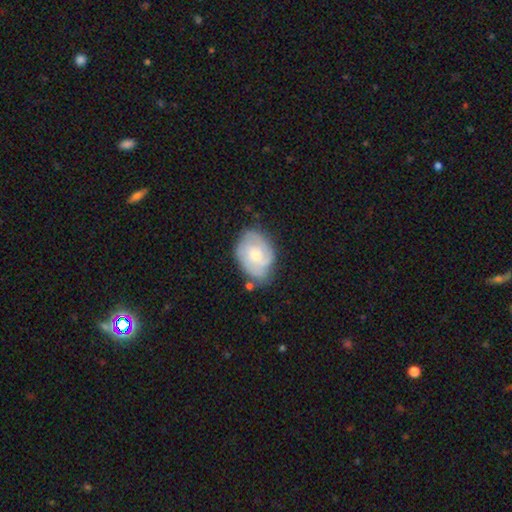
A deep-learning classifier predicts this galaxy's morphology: Q: Smooth or featured?
A: featured or disk (69%); runner-up: smooth (25%)
Q: Edge-on disk?
A: no (97%); runner-up: yes (3%)
Q: Bar?
A: no (67%); runner-up: weak (29%)
Q: Spiral arms?
A: yes (90%); runner-up: no (10%)
Q: Spiral winding?
A: tight (55%); runner-up: medium (35%)
Q: Spiral arm count?
A: 2 (39%); runner-up: can't tell (27%)
Q: Bulge size?
A: small (47%); tied with: moderate (47%)
Q: Merging?
A: none (65%); runner-up: minor disturbance (24%)